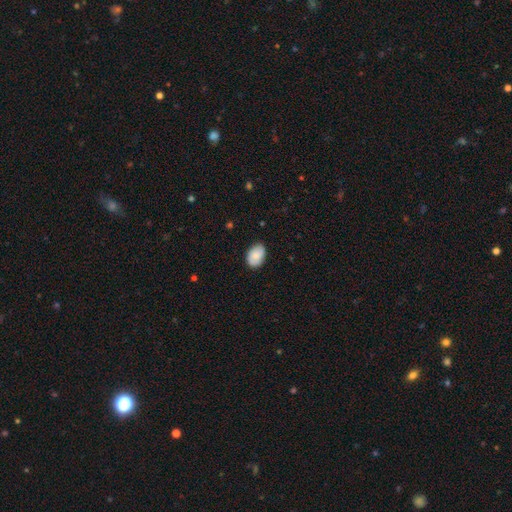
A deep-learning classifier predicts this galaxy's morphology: A smooth galaxy with no disk features (73%) that is in between round and cigar-shaped (83%).

Vote fractions:
- Smooth or featured? smooth: 73% / featured or disk: 20% / star or artifact: 7%
- How rounded? in between: 83% / round: 16% / cigar-shaped: 1%
- Merging? none: 80% / minor disturbance: 16% / major disturbance: 3% / merger: 1%